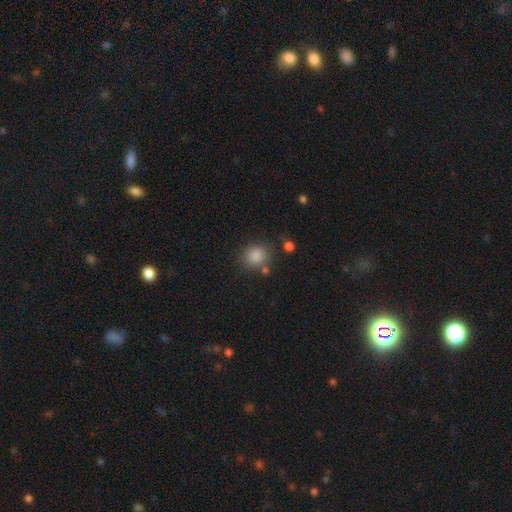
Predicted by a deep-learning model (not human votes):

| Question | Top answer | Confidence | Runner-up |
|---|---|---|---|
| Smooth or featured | smooth | 84% | star or artifact (11%) |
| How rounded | round | 65% | in between (34%) |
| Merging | none | 77% | minor disturbance (12%) |